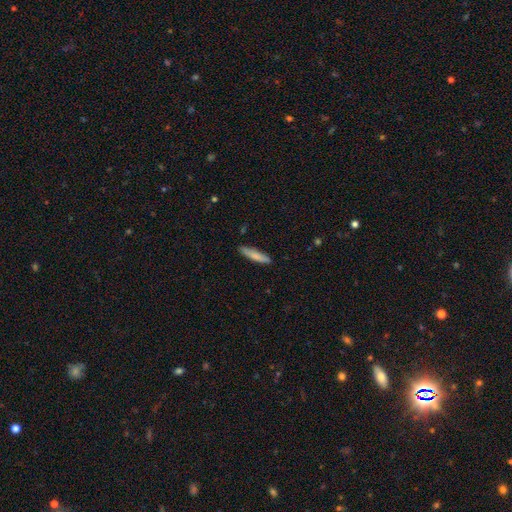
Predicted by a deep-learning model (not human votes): Q: Smooth or featured?
A: smooth (79%); runner-up: featured or disk (15%)
Q: How rounded?
A: cigar-shaped (86%); runner-up: in between (13%)
Q: Merging?
A: none (81%); runner-up: minor disturbance (14%)